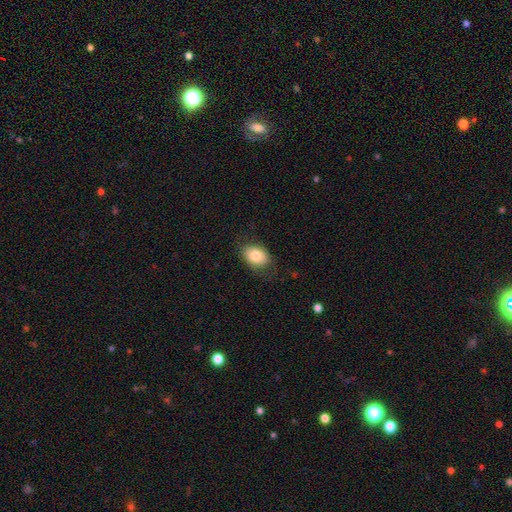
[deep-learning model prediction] Smooth or featured: smooth — 80% (featured or disk — 13%)
How rounded: in between — 72% (round — 27%)
Merging: none — 78% (minor disturbance — 17%)